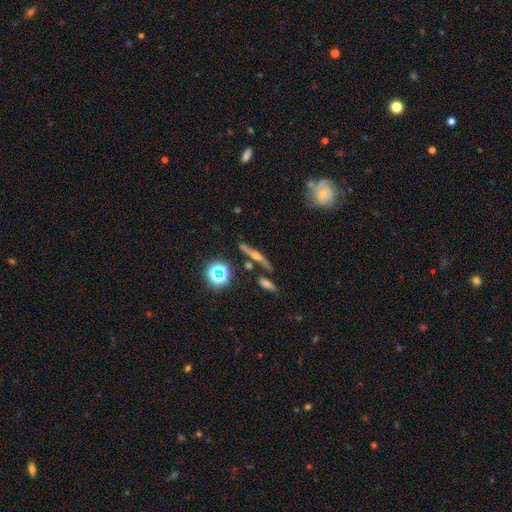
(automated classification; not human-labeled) A featured or disk galaxy (57%) viewed edge-on (87%). Merging: none (74%).